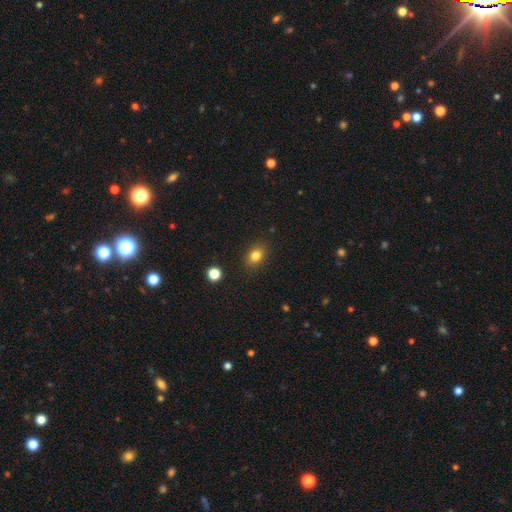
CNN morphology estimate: Smooth or featured? Predicted: smooth (p=0.81). How rounded? Predicted: in between (p=0.61). Merging? Predicted: none (p=0.87).